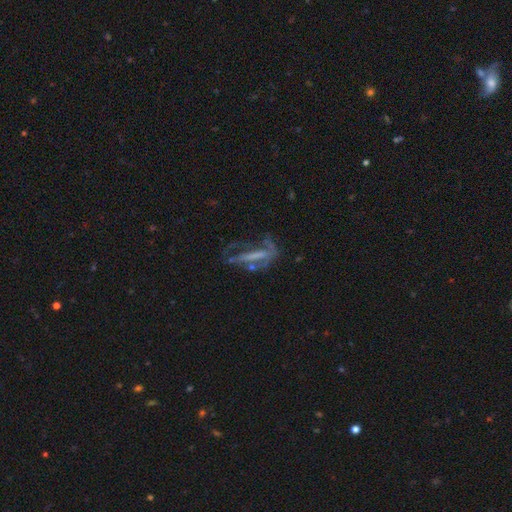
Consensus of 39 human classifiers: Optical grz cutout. It shows a featured or disk galaxy (69%) with no bar (50%), medium (57%) spiral arms (50%, tied with no) and no central bulge (71%). Merging: major disturbance (38%).